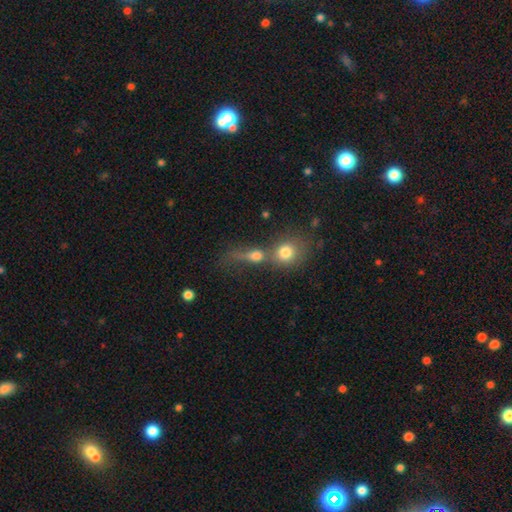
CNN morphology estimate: A smooth galaxy with no disk features (68%) that is round (61%).

Vote fractions:
- Smooth or featured? smooth: 68% / featured or disk: 17% / star or artifact: 14%
- How rounded? round: 61% / in between: 31% / cigar-shaped: 8%
- Merging? merger: 57% / none: 23% / major disturbance: 11% / minor disturbance: 8%